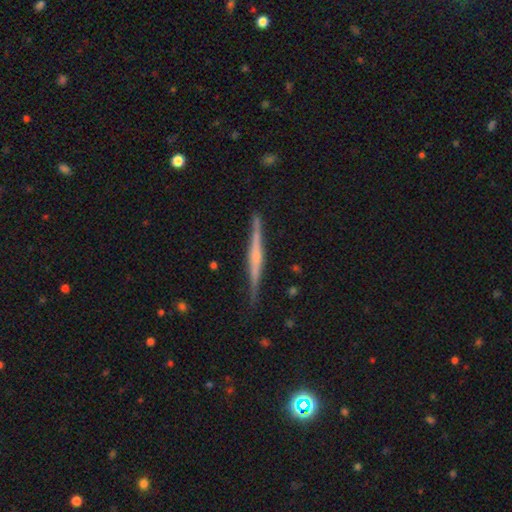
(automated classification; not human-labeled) A featured or disk galaxy (72%) viewed edge-on (98%) with a rounded central bulge (43%).

Vote fractions:
- Smooth or featured? featured or disk: 72% / smooth: 23% / star or artifact: 5%
- Edge-on disk? yes: 98% / no: 2%
- Edge-on bulge? rounded: 43% / none: 35% / boxy: 22%
- Merging? none: 88% / minor disturbance: 9% / major disturbance: 2% / merger: 1%